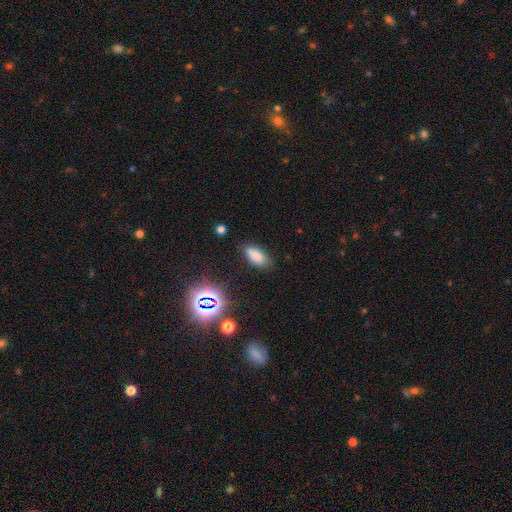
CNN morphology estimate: smooth-or-featured: smooth: 80% | star or artifact: 14% | featured or disk: 6%
  how-rounded: in between: 88% | cigar-shaped: 8% | round: 3%
  merging: none: 83% | minor disturbance: 12% | major disturbance: 3% | merger: 2%